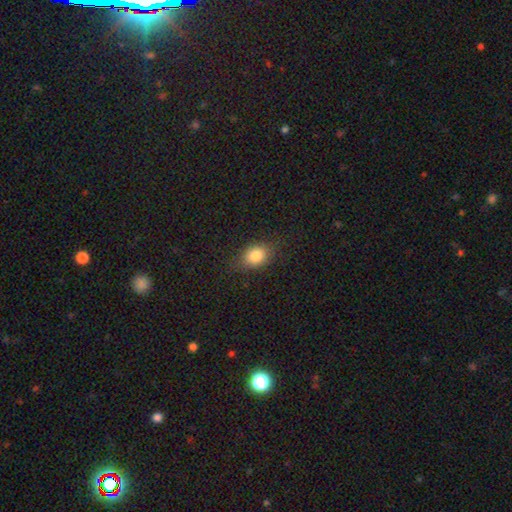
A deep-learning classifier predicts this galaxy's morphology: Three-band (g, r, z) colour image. It shows a smooth galaxy with no disk features (82%) that is in between round and cigar-shaped (65%). Merging: none (80%).